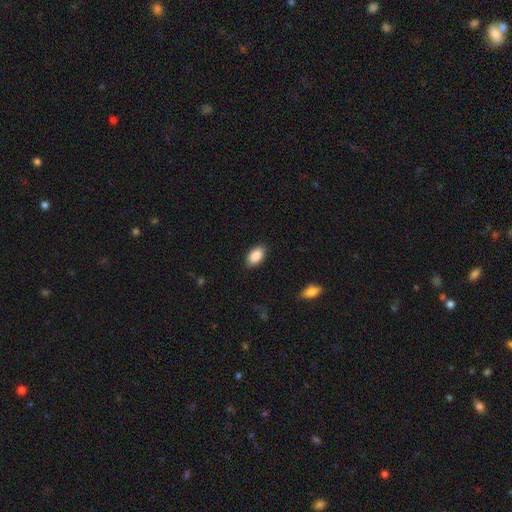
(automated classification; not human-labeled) Smooth or featured? Predicted: smooth (p=0.88). How rounded? Predicted: in between (p=0.92). Merging? Predicted: none (p=0.87).